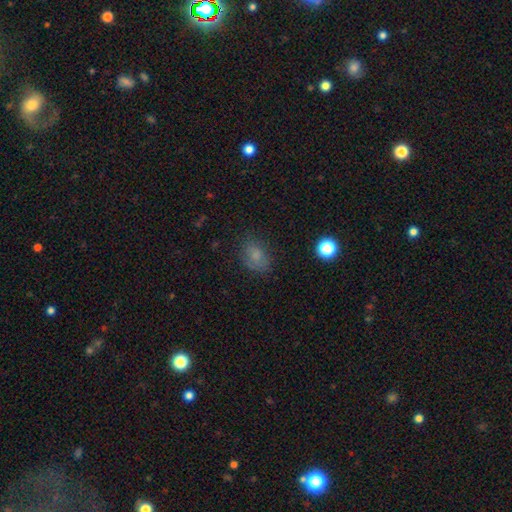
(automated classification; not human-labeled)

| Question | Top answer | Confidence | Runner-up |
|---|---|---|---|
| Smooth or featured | smooth | 75% | star or artifact (15%) |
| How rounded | in between | 71% | round (27%) |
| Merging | none | 69% | minor disturbance (21%) |